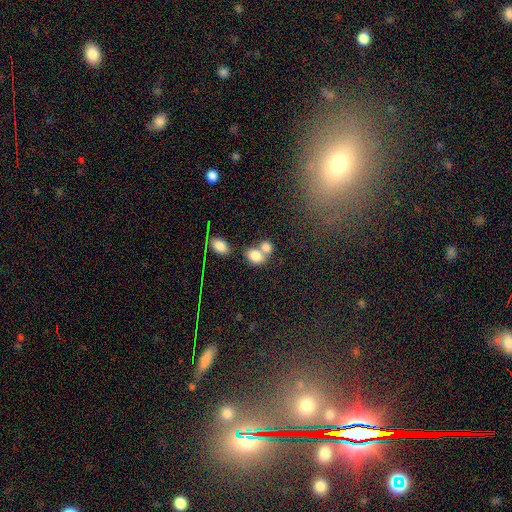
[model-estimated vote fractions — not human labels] smooth-or-featured: smooth: 79% | featured or disk: 11% | star or artifact: 10%
  how-rounded: in between: 65% | round: 33% | cigar-shaped: 1%
  merging: merger: 58% | none: 29% | minor disturbance: 8% | major disturbance: 4%